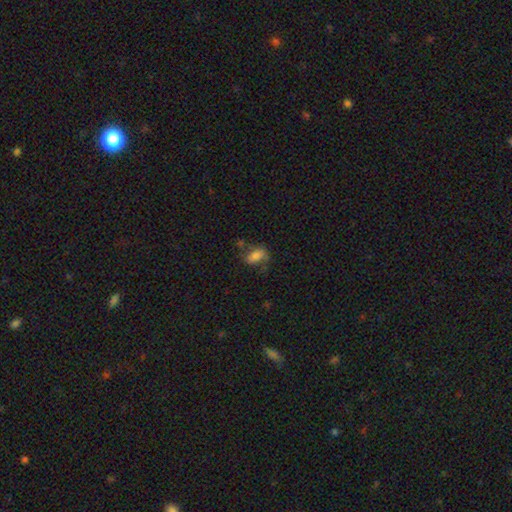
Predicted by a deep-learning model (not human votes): Morphology: type=smooth (65%); roundness=in between (86%); merging=none (47%).